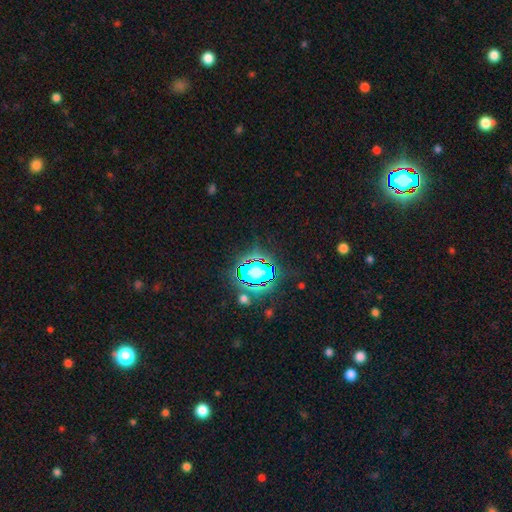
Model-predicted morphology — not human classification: The model was most divided on "smooth or featured": star or artifact: 82%, smooth: 11%, featured or disk: 7%.